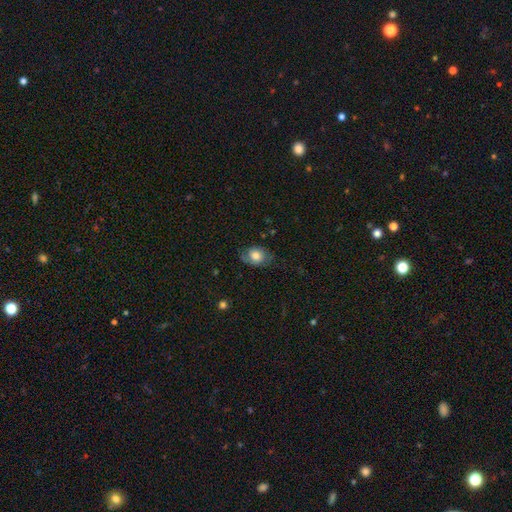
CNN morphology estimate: A smooth galaxy with no disk features (67%) that is in between round and cigar-shaped (62%). Merging: none (63%).